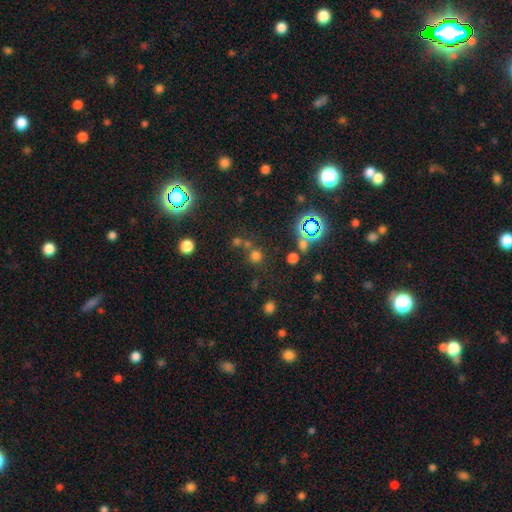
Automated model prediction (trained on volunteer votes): The model was most divided on "smooth or featured": smooth: 63%, star or artifact: 29%, featured or disk: 8%. More confident: how rounded — round (91%); merging — none (67%).